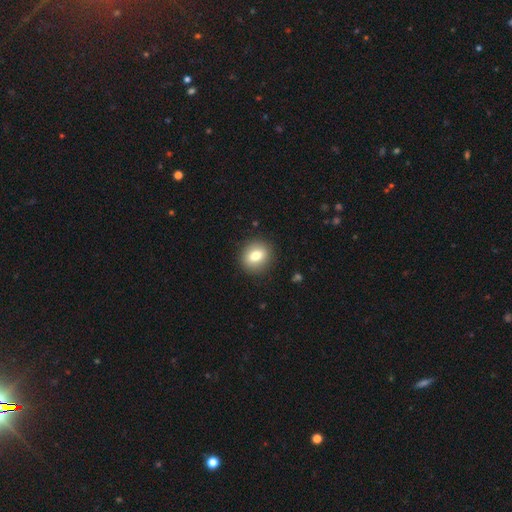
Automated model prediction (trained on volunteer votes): smooth_or_featured: smooth (p=0.78) [alt: featured or disk p=0.13]
how_rounded: round (p=0.69) [alt: in between p=0.30]
merging: none (p=0.89) [alt: minor disturbance p=0.07]